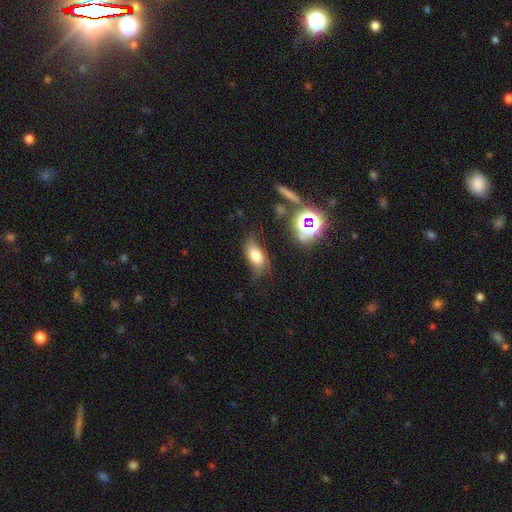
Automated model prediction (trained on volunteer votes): Smooth or featured: smooth — 65% (featured or disk — 20%)
How rounded: in between — 87% (round — 7%)
Merging: none — 57% (minor disturbance — 26%)